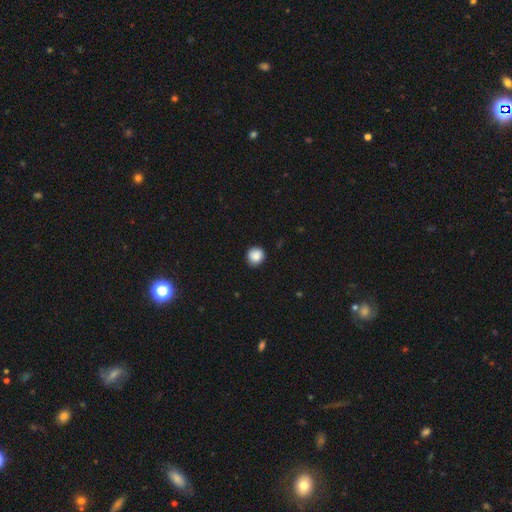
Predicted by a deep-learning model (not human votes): The model was most divided on "merging": none: 85%, minor disturbance: 12%, major disturbance: 2%, merger: 1%. More confident: how rounded — round (89%); smooth or featured — smooth (87%).